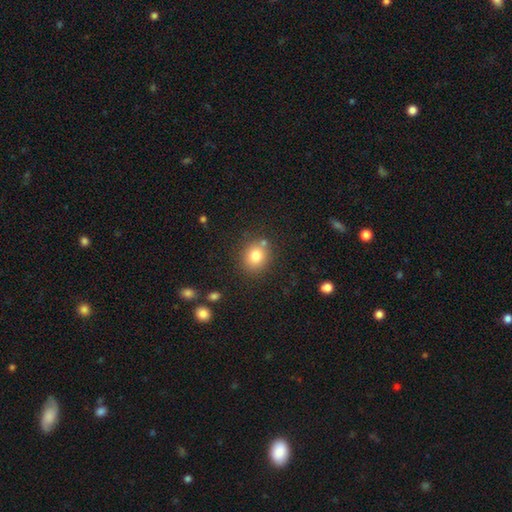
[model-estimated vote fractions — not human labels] Q: Smooth or featured?
A: smooth (80%); runner-up: star or artifact (11%)
Q: How rounded?
A: round (75%); runner-up: in between (24%)
Q: Merging?
A: none (78%); runner-up: minor disturbance (11%)